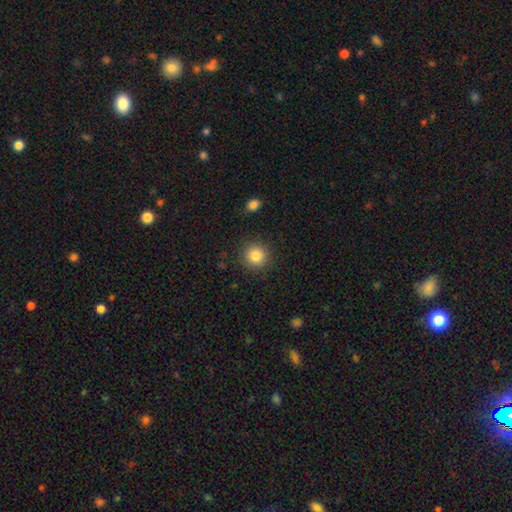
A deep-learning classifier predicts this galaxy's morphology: Overall: smooth (85%). How rounded: round (93%). Merging: none (89%).